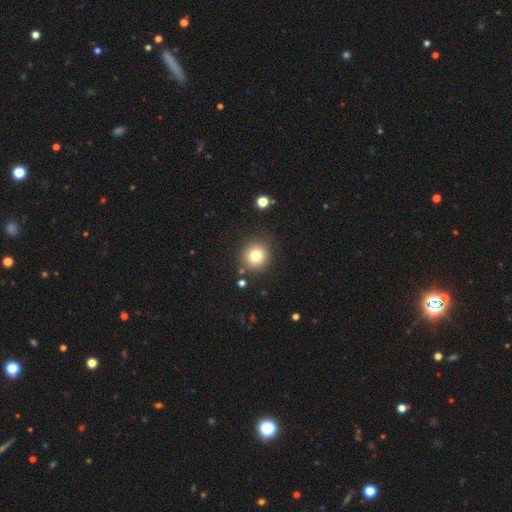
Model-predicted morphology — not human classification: smooth-or-featured: smooth: 78% | star or artifact: 13% | featured or disk: 9%
  how-rounded: round: 92% | in between: 7% | cigar-shaped: 1%
  merging: none: 86% | minor disturbance: 8% | merger: 4% | major disturbance: 3%